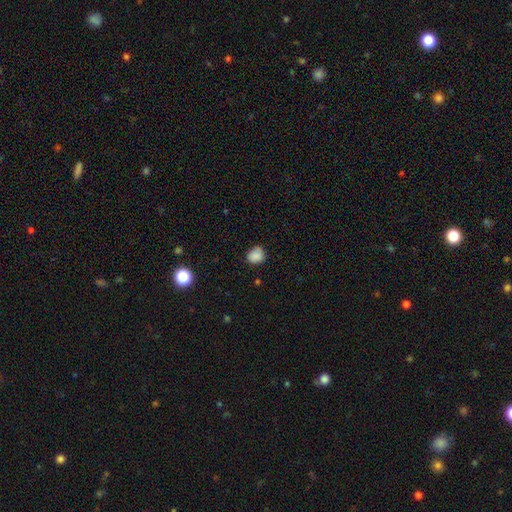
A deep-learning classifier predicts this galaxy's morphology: A smooth galaxy with no disk features (84%) that is round (66%). Merging: none (70%).